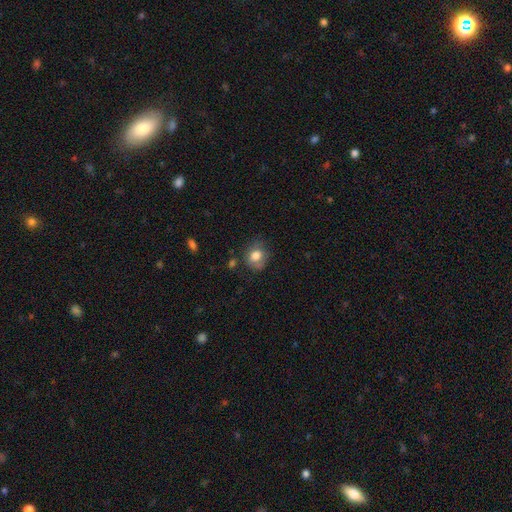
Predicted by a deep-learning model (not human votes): This is likely a smooth galaxy (78%). How rounded: likely round (62%). Merging: likely none (64%).